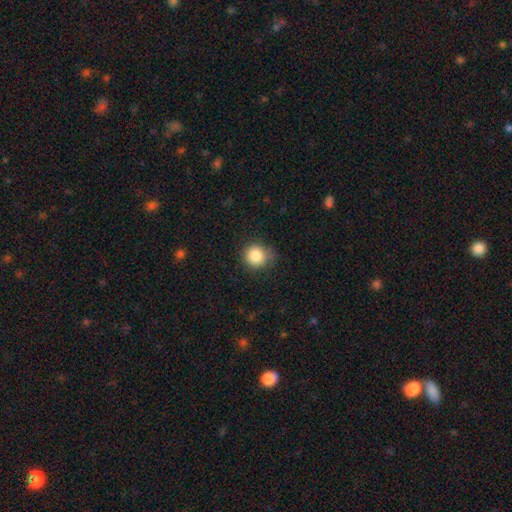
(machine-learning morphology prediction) smooth_or_featured: smooth (p=0.85) [alt: star or artifact p=0.10]
how_rounded: round (p=0.88) [alt: in between p=0.11]
merging: none (p=0.76) [alt: minor disturbance p=0.19]